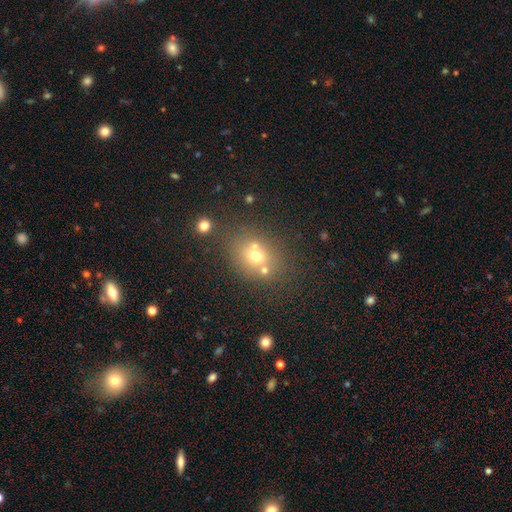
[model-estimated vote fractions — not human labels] A smooth galaxy with no disk features (61%) that is round (55%). Merging: none (56%).